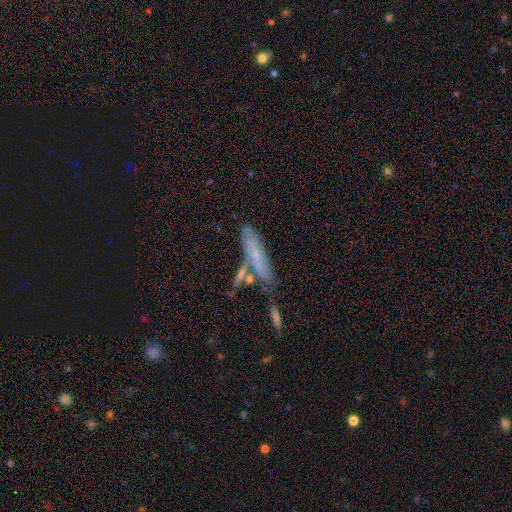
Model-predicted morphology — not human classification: Smooth or featured: smooth — 53% (featured or disk — 37%)
How rounded: cigar-shaped — 72% (in between — 25%)
Merging: none — 56% (minor disturbance — 19%)